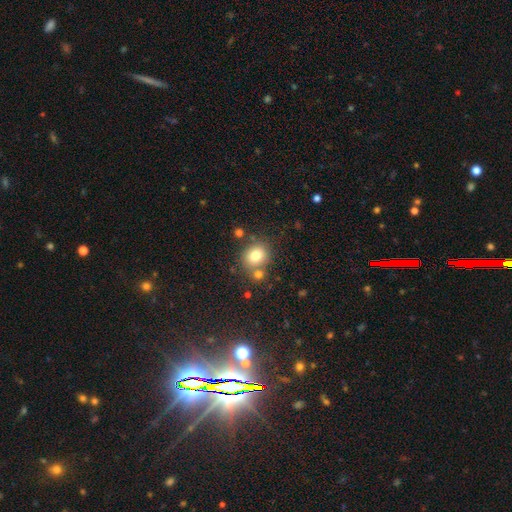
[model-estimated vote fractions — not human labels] A smooth galaxy with no disk features (78%) that is round (74%).

Vote fractions:
- Smooth or featured? smooth: 78% / star or artifact: 11% / featured or disk: 10%
- How rounded? round: 74% / in between: 25% / cigar-shaped: 1%
- Merging? none: 67% / merger: 18% / minor disturbance: 11% / major disturbance: 4%